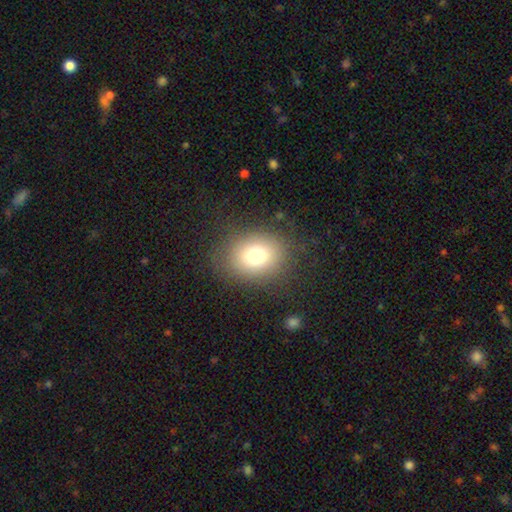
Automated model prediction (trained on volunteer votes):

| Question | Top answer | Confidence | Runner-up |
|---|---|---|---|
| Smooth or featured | smooth | 75% | star or artifact (13%) |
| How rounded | round | 53% | in between (46%) |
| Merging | none | 81% | minor disturbance (11%) |